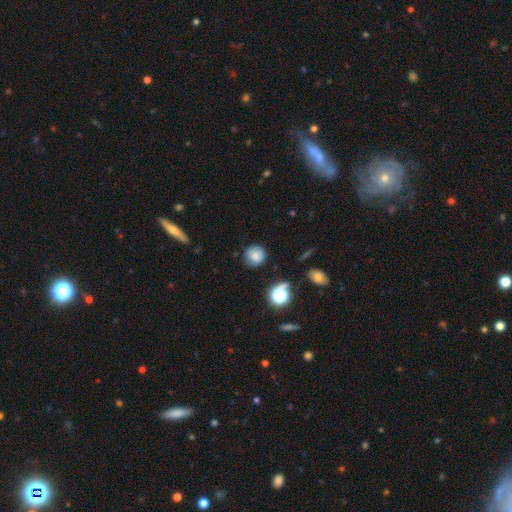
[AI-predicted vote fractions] Smooth or featured? smooth (78%)
How rounded? round (89%)
Merging? none (77%)